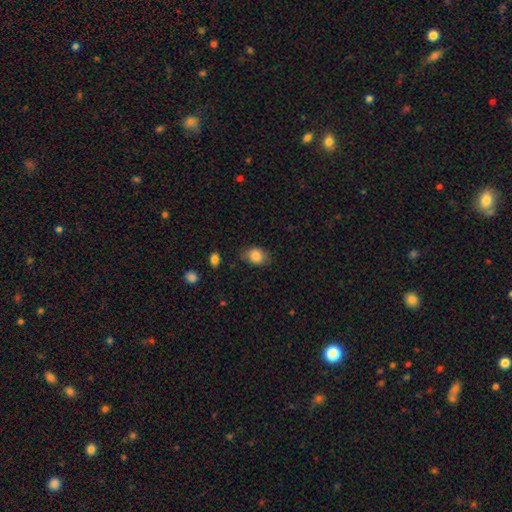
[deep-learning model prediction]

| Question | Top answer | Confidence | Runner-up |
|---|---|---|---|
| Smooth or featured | smooth | 85% | star or artifact (9%) |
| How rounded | in between | 63% | round (36%) |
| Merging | none | 75% | minor disturbance (19%) |